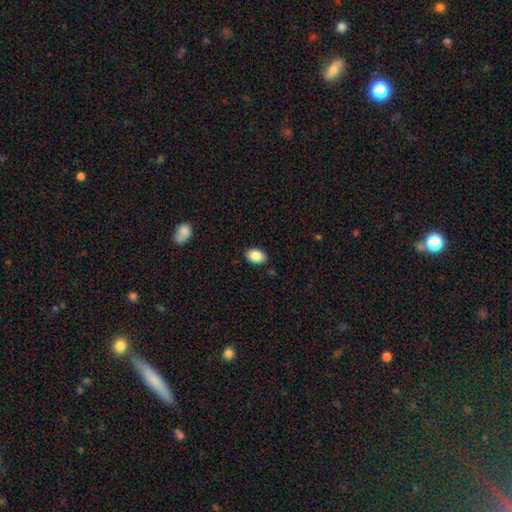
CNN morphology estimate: Smooth or featured? Predicted: smooth (p=0.87). How rounded? Predicted: in between (p=0.83). Merging? Predicted: none (p=0.87).